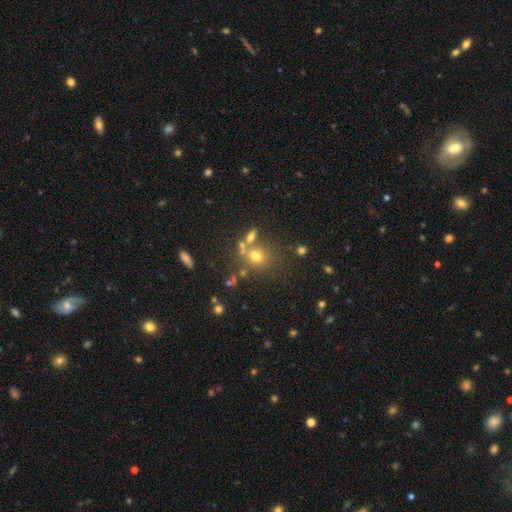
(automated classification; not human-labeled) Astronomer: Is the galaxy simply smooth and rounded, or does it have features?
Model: smooth — 65%.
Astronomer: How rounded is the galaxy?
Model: round — 77%.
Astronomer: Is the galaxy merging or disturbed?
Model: none — 58%.